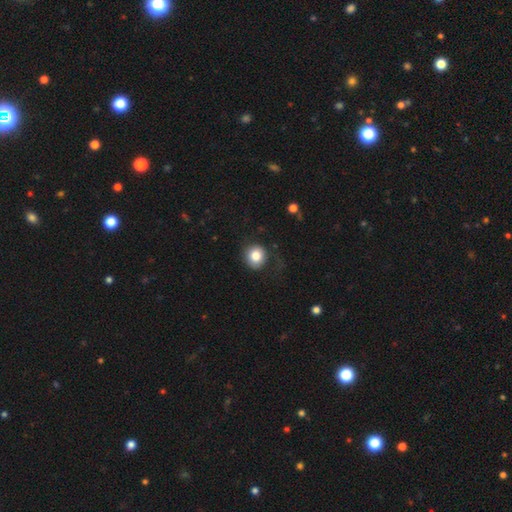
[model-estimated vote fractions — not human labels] Smooth or featured: smooth — 82% (star or artifact — 9%)
How rounded: round — 87% (in between — 12%)
Merging: none — 71% (minor disturbance — 17%)